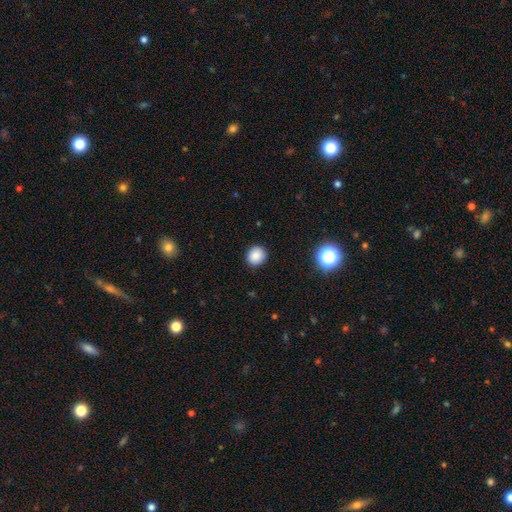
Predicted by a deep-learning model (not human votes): Morphology: type=smooth (86%); roundness=round (85%); merging=none (90%).